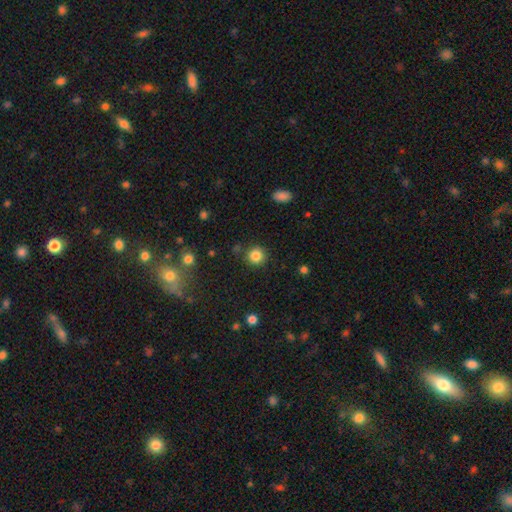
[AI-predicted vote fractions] Smooth or featured? Predicted: smooth (p=0.84). How rounded? Predicted: round (p=0.93). Merging? Predicted: none (p=0.87).